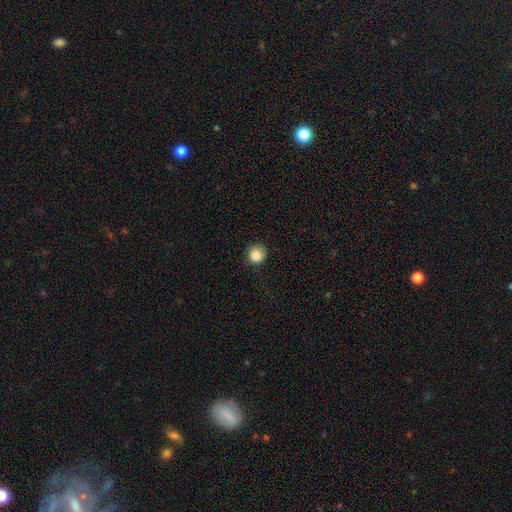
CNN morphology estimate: Smooth or featured: smooth — 84% (star or artifact — 11%)
How rounded: round — 91% (in between — 8%)
Merging: none — 83% (minor disturbance — 13%)